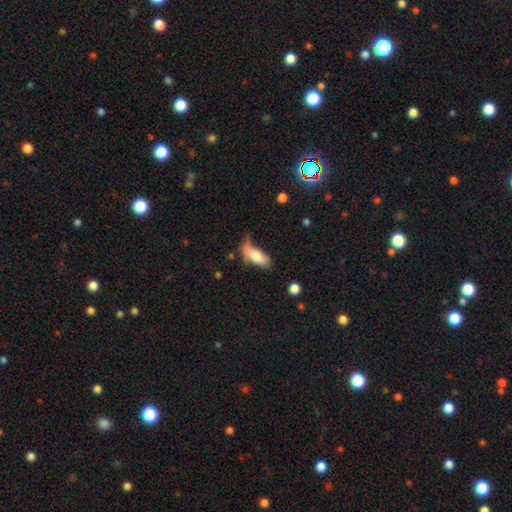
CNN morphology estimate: A smooth galaxy with no disk features (75%) that is in between round and cigar-shaped (83%). Merging: minor disturbance (37%).